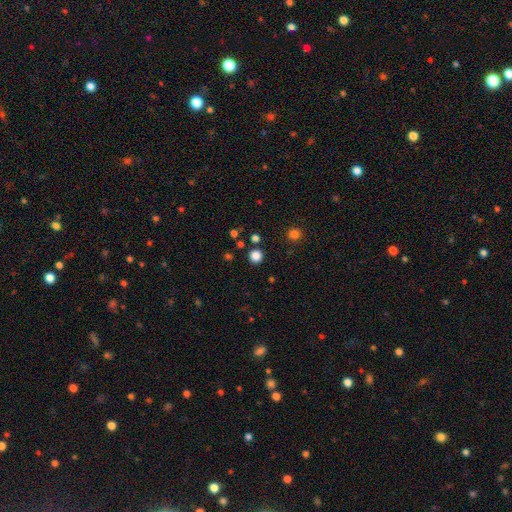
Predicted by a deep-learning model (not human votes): The model was most divided on "smooth or featured": smooth: 82%, star or artifact: 15%, featured or disk: 3%. More confident: how rounded — round (95%); merging — none (90%).